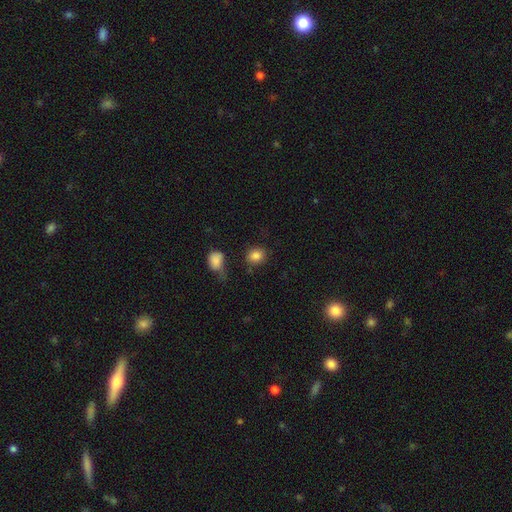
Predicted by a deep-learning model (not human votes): This appears to be a smooth galaxy with no disk features (85%) that is round (70%). Merging: none (75%).